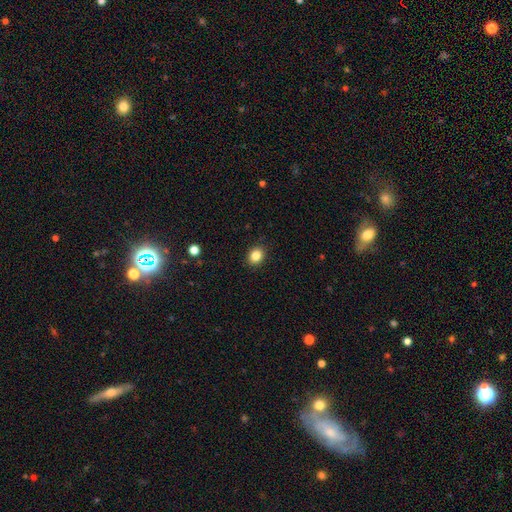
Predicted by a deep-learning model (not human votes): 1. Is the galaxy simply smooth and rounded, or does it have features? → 85% smooth, 10% star or artifact, 5% featured or disk.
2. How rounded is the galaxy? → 60% round, 40% in between, 1% cigar-shaped.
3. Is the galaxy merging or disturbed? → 90% none, 7% minor disturbance, 2% major disturbance, 1% merger.